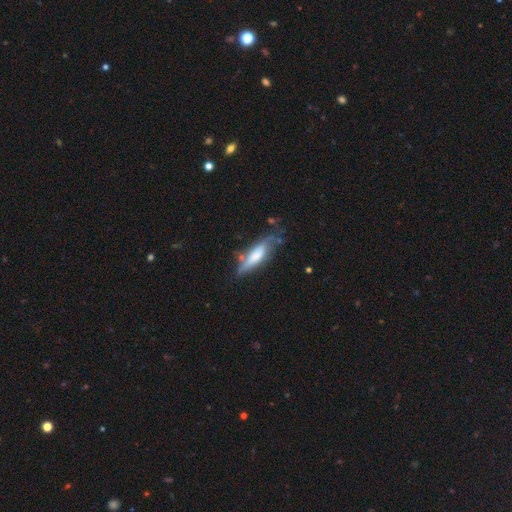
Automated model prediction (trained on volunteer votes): Smooth or featured: smooth — 58% (featured or disk — 35%)
How rounded: cigar-shaped — 60% (in between — 38%)
Merging: none — 54% (minor disturbance — 29%)